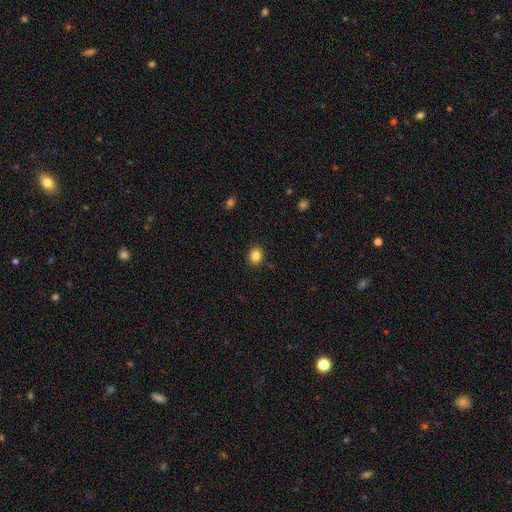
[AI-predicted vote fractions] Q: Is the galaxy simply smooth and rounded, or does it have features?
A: smooth — 86%.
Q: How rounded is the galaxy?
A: in between — 50%.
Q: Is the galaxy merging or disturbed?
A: none — 88%.